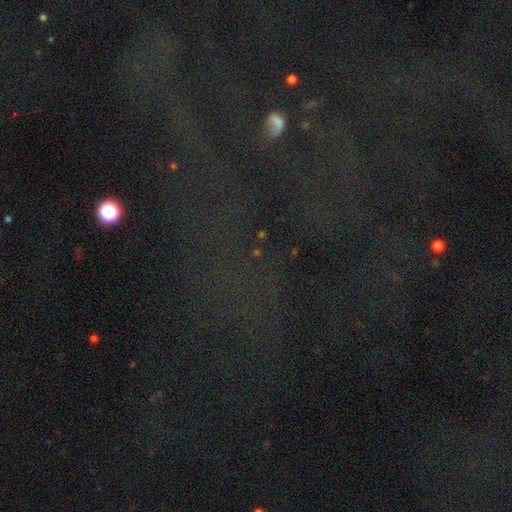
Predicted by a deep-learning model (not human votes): This is likely a star or artifact rather than a galaxy (78%).